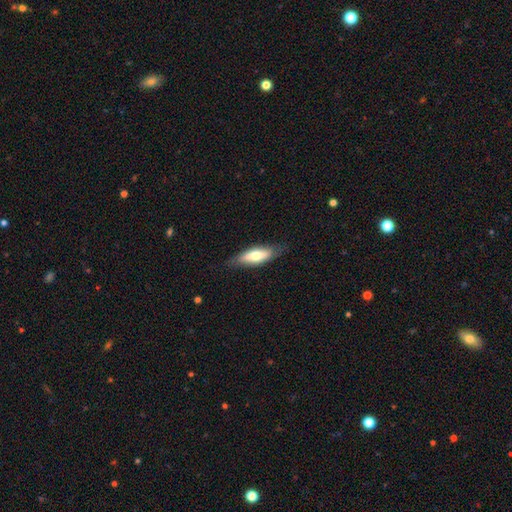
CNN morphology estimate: A smooth galaxy with no disk features (63%) that is in between round and cigar-shaped (65%).

Vote fractions:
- Smooth or featured? smooth: 63% / featured or disk: 31% / star or artifact: 6%
- How rounded? in between: 65% / cigar-shaped: 33% / round: 2%
- Merging? none: 78% / minor disturbance: 17% / major disturbance: 4% / merger: 1%